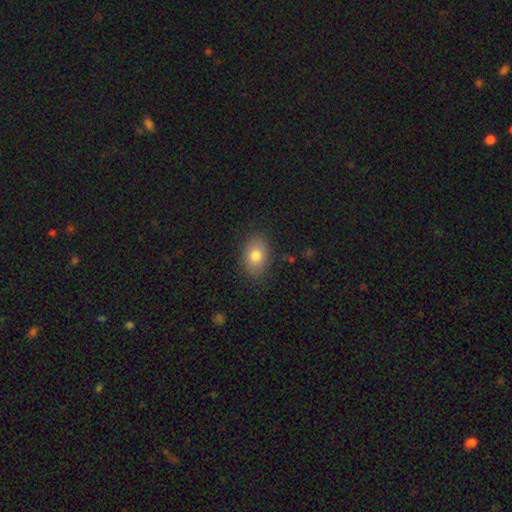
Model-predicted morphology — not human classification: This is likely a smooth galaxy (80%). How rounded: likely in between (75%). Merging: clearly none (84%).